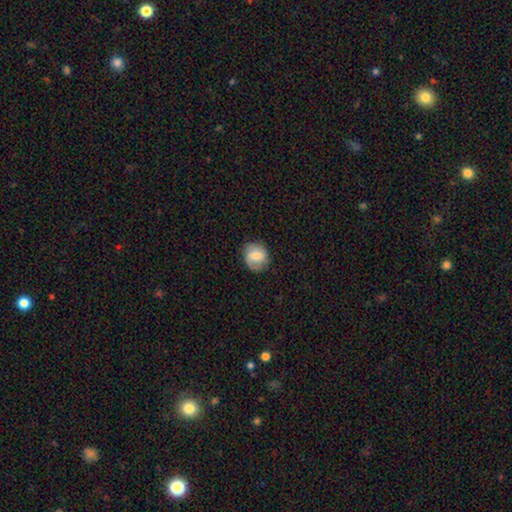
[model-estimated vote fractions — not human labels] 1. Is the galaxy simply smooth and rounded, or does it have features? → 63% smooth, 29% featured or disk, 8% star or artifact.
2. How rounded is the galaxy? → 78% round, 21% in between, 1% cigar-shaped.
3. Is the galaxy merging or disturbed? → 78% none, 16% minor disturbance, 4% major disturbance, 1% merger.